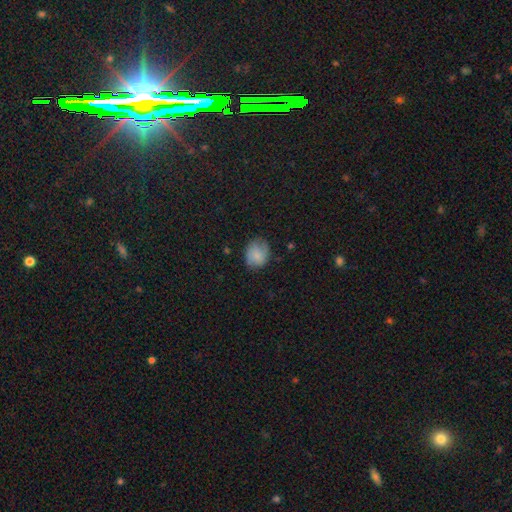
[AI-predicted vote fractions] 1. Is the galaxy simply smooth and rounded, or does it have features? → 78% smooth, 13% featured or disk, 8% star or artifact.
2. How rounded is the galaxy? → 60% round, 39% in between, 1% cigar-shaped.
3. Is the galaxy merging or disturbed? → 69% none, 24% minor disturbance, 6% major disturbance, 1% merger.